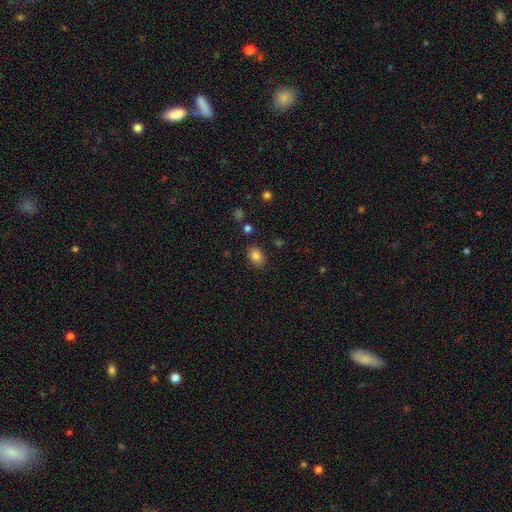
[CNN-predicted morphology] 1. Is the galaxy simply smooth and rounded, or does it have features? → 84% smooth, 10% star or artifact, 6% featured or disk.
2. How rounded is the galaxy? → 72% in between, 27% round, 1% cigar-shaped.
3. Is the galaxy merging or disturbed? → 84% none, 11% minor disturbance, 3% major disturbance, 3% merger.